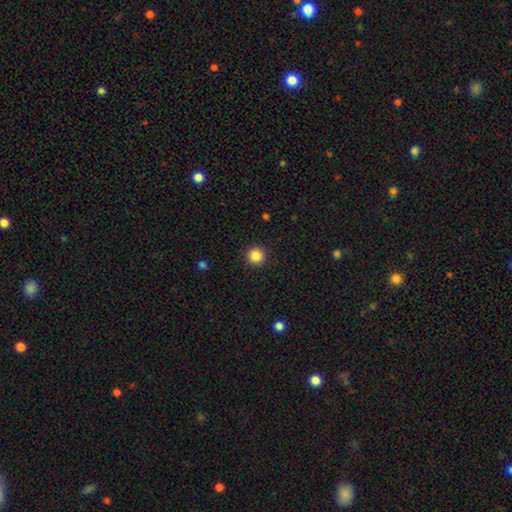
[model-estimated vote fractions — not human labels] Overall: smooth (86%). How rounded: round (96%). Merging: none (93%).